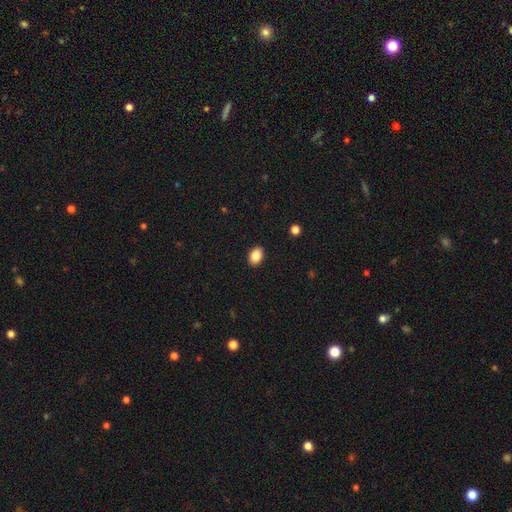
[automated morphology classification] A smooth galaxy with no disk features (86%) that is in between round and cigar-shaped (81%).

Vote fractions:
- Smooth or featured? smooth: 86% / star or artifact: 8% / featured or disk: 6%
- How rounded? in between: 81% / round: 18% / cigar-shaped: 1%
- Merging? none: 90% / minor disturbance: 7% / major disturbance: 2% / merger: 1%